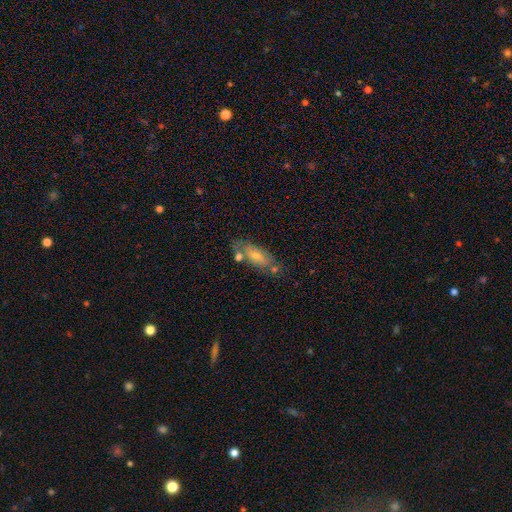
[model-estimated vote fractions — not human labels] Smooth or featured: smooth — 64% (featured or disk — 29%)
How rounded: in between — 73% (cigar-shaped — 24%)
Merging: none — 58% (minor disturbance — 20%)